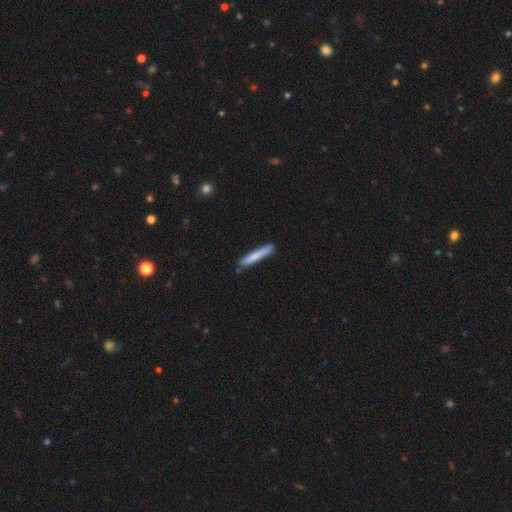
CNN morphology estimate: The model was most divided on "smooth or featured": smooth: 74%, featured or disk: 20%, star or artifact: 5%. More confident: how rounded — cigar-shaped (94%); merging — none (84%).